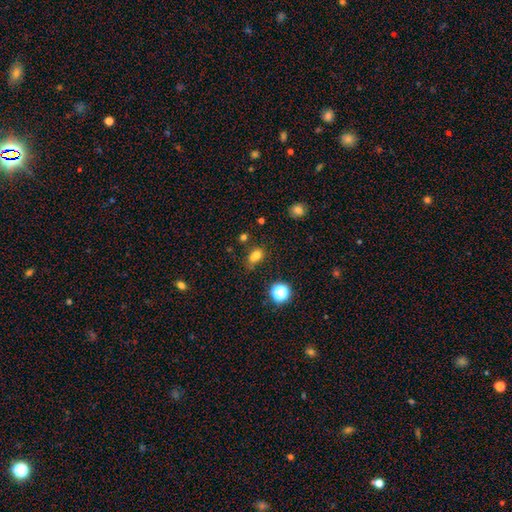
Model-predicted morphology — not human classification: This appears to be a smooth galaxy with no disk features (73%) that is in between round and cigar-shaped (63%). Merging: none (46%).